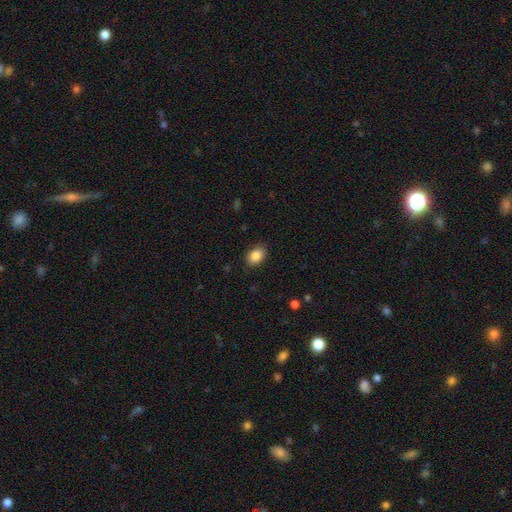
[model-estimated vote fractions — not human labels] Overall: smooth (87%). How rounded: in between (84%). Merging: none (86%).